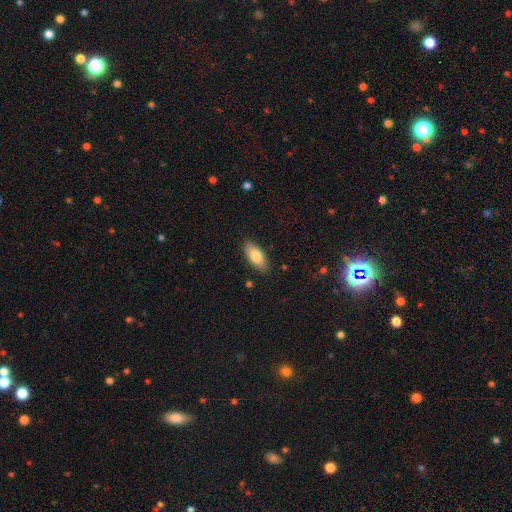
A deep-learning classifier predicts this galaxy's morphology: Overall: smooth (81%). How rounded: in between (87%). Merging: none (86%).